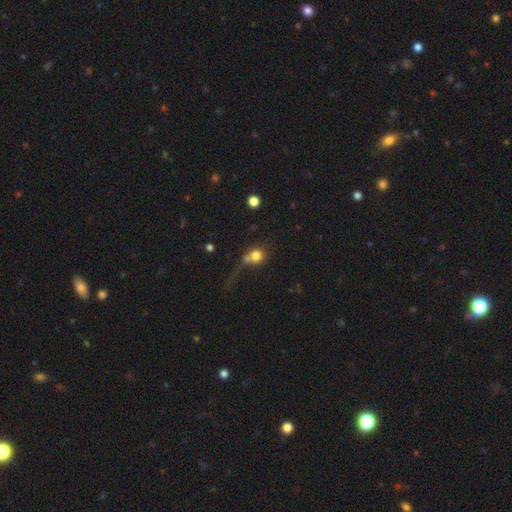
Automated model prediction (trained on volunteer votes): The model was most divided on "merging" (2-way tie): merger: 31%, none: 31%, major disturbance: 23%, minor disturbance: 14%. More confident: how rounded — round (77%); smooth or featured — smooth (76%).